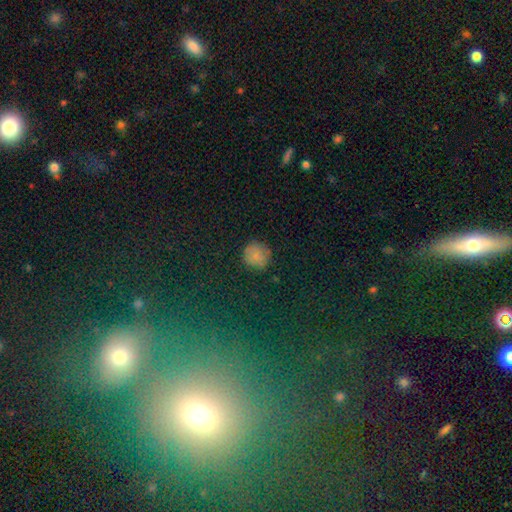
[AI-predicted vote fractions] Smooth or featured: smooth — 77% (star or artifact — 14%)
How rounded: round — 91% (in between — 8%)
Merging: none — 81% (minor disturbance — 14%)